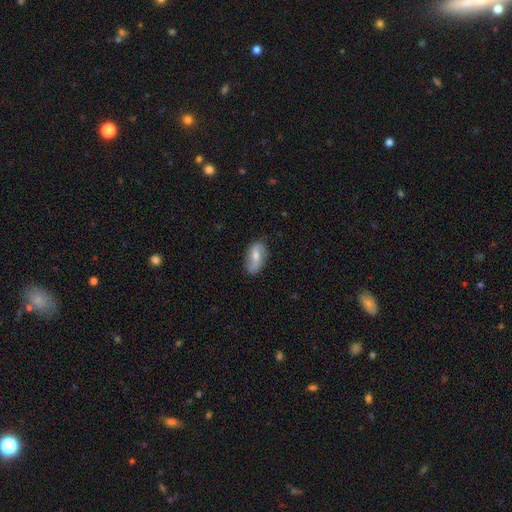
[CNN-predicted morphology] Smooth or featured: featured or disk — 64% (smooth — 28%)
Edge-on disk: no — 94% (yes — 6%)
Bar: weak — 42% (no — 35%)
Spiral arms: yes — 87% (no — 13%)
Spiral winding: loose — 59% (medium — 28%)
Spiral arm count: 2 — 88% (can't tell — 6%)
Bulge size: moderate — 62% (small — 30%)
Merging: none — 80% (minor disturbance — 15%)